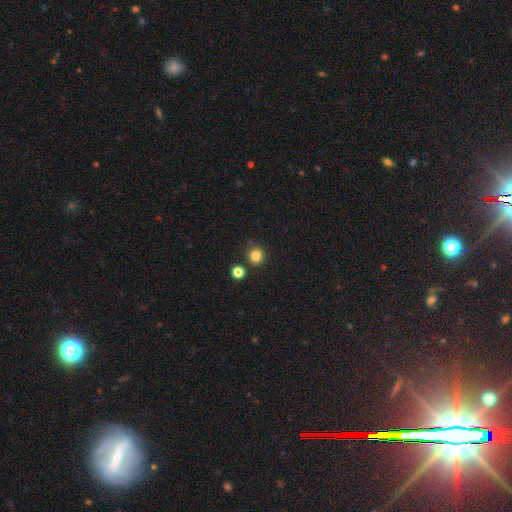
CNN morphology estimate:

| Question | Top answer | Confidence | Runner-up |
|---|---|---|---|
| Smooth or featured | smooth | 83% | star or artifact (13%) |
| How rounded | round | 90% | in between (9%) |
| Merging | none | 84% | minor disturbance (7%) |